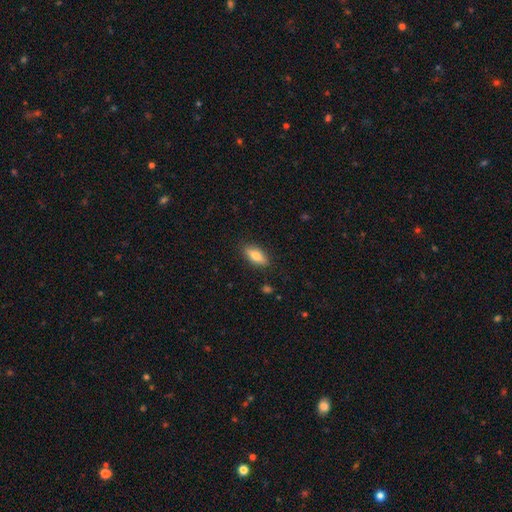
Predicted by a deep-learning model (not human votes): The model was most divided on "how rounded": in between: 71%, cigar-shaped: 26%, round: 3%. More confident: merging — none (86%); smooth or featured — smooth (70%).